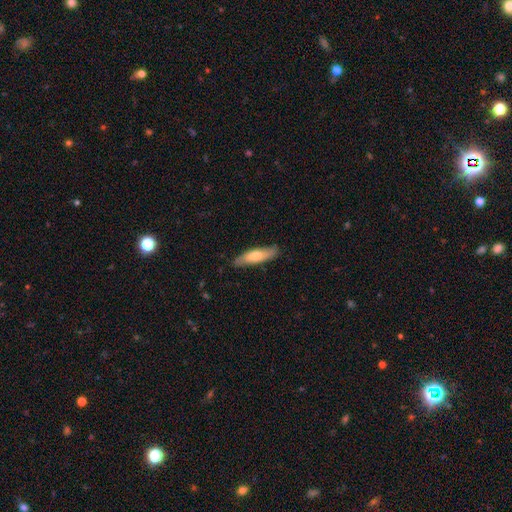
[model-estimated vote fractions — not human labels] Smooth or featured? Predicted: smooth (p=0.67). How rounded? Predicted: cigar-shaped (p=0.66). Merging? Predicted: none (p=0.83).